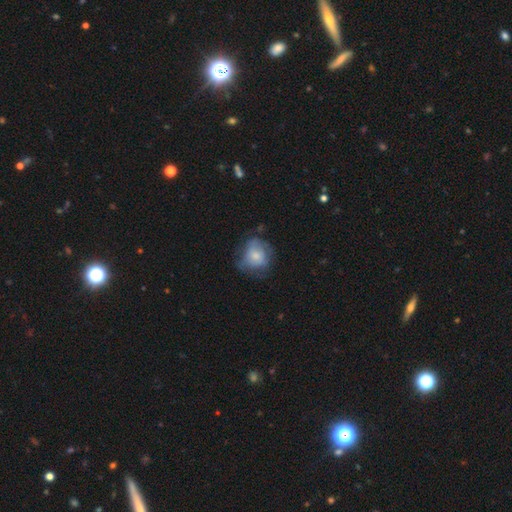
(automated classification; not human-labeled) Overall: smooth (60%; featured or disk 32%). How rounded: round (71%). Merging: none (49%; minor disturbance 30%).